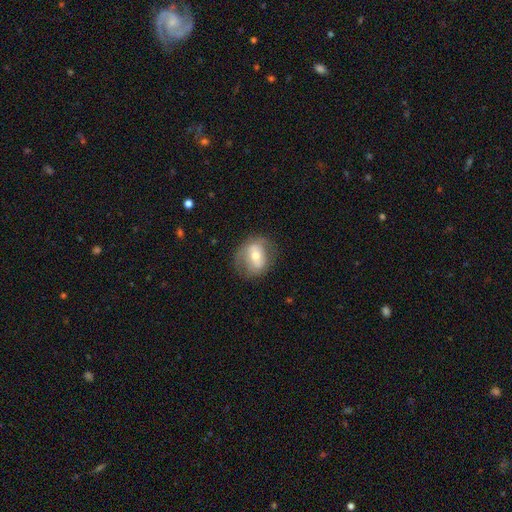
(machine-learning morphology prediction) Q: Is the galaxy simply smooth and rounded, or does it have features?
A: featured or disk — 47%.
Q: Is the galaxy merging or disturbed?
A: none — 69%.